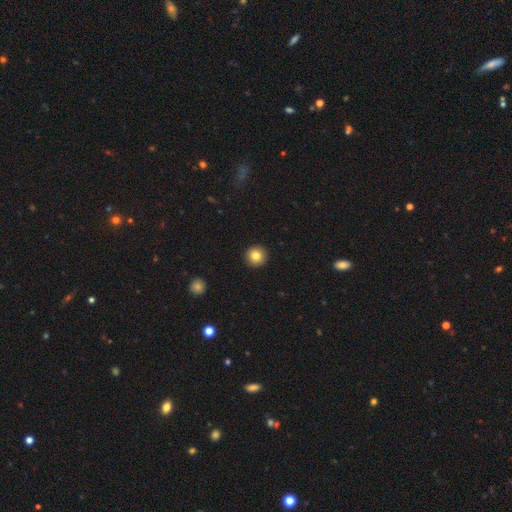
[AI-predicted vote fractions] smooth-or-featured: smooth: 82% | star or artifact: 10% | featured or disk: 8%
  how-rounded: round: 96% | in between: 3% | cigar-shaped: 1%
  merging: none: 93% | minor disturbance: 4% | major disturbance: 1% | merger: 1%